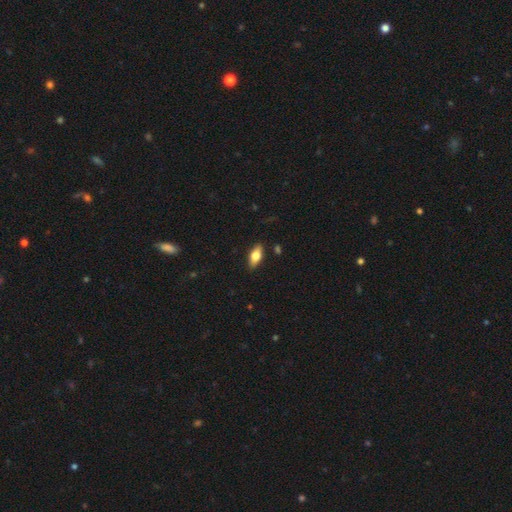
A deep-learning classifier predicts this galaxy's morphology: type=smooth (69%); roundness=in between (84%); merging=none (87%).